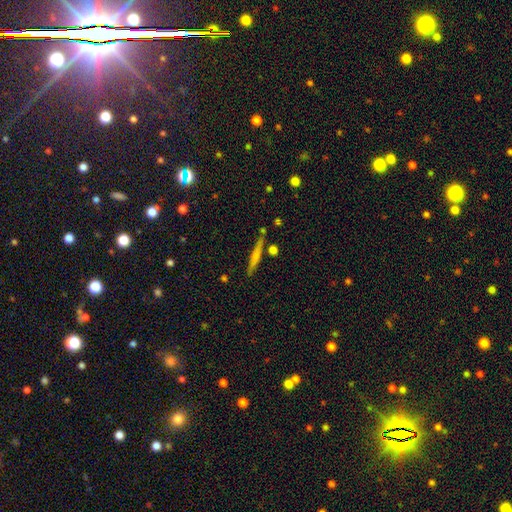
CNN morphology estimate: Overall: smooth (59%; featured or disk 34%). How rounded: cigar-shaped (94%). Merging: none (81%).